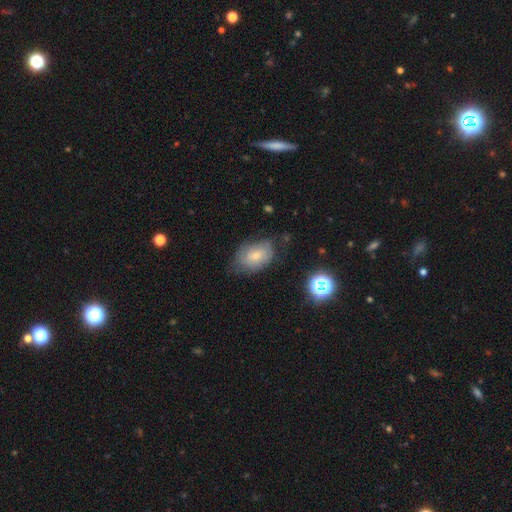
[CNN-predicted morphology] Smooth or featured? smooth (58%)
How rounded? in between (81%)
Merging? none (55%)